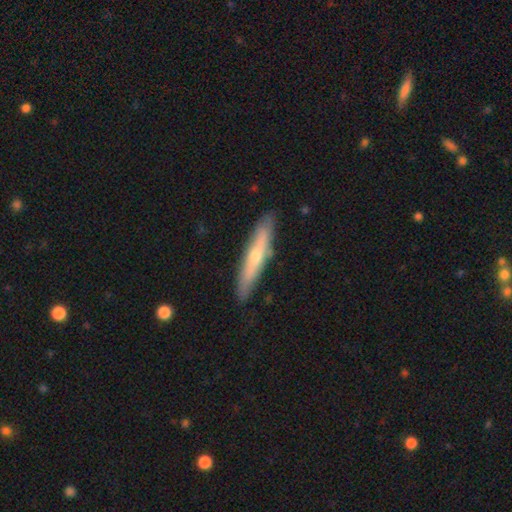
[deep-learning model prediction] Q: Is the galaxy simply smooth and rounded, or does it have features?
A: featured or disk — 50%.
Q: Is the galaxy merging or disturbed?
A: none — 84%.